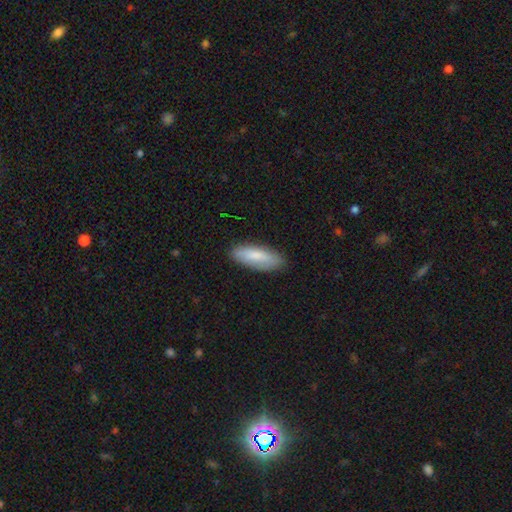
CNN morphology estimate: This is likely a smooth galaxy (80%). How rounded: likely in between (61%). Merging: clearly none (84%).